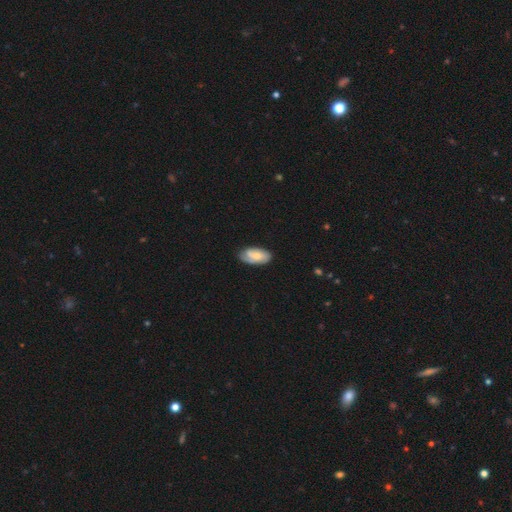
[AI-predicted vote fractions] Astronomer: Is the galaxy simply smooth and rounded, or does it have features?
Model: smooth — 52% (runner-up: featured or disk, 41%).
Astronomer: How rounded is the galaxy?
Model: in between — 93%.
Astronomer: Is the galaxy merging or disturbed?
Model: none — 71%.